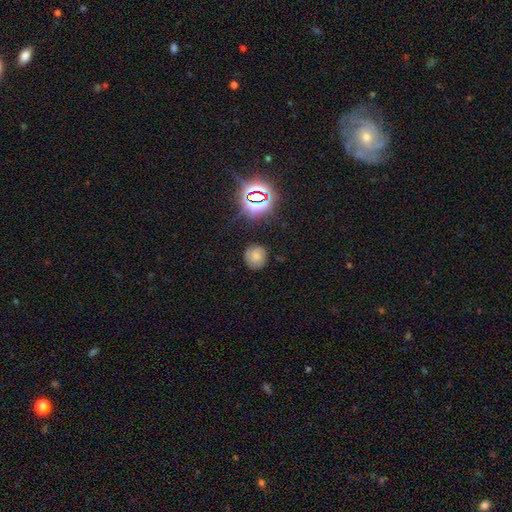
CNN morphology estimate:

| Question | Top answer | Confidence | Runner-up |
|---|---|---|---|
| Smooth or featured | smooth | 65% | star or artifact (19%) |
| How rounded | round | 87% | in between (12%) |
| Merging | none | 82% | minor disturbance (13%) |